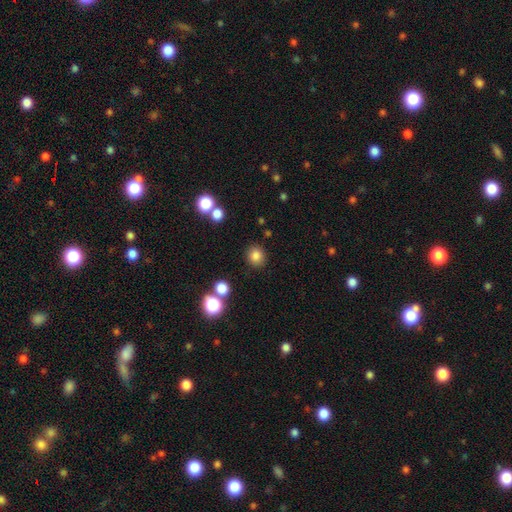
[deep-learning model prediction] Smooth or featured? smooth (82%)
How rounded? round (83%)
Merging? none (87%)